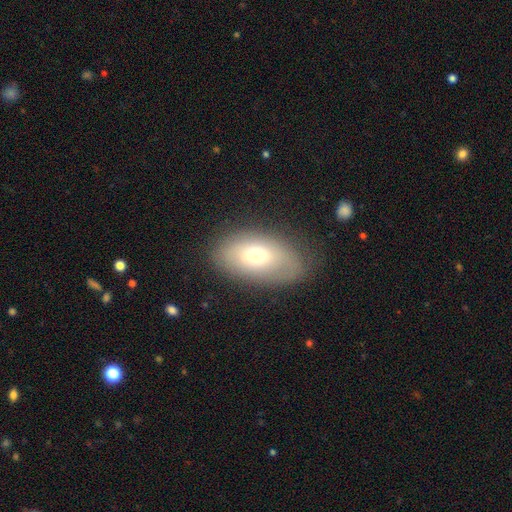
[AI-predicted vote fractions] The model was most divided on "smooth or featured": smooth: 62%, featured or disk: 28%, star or artifact: 10%. More confident: how rounded — in between (90%); merging — none (71%).